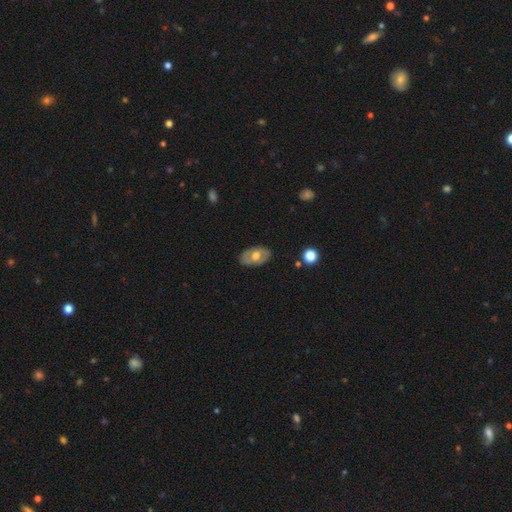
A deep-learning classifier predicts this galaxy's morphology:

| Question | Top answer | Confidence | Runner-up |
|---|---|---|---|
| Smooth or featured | featured or disk | 52% | smooth (42%) |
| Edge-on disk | no | 89% | yes (11%) |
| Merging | none | 79% | minor disturbance (16%) |